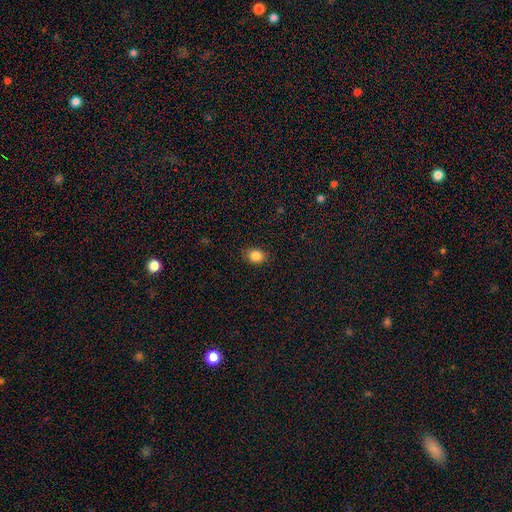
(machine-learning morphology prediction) Overall: smooth (85%). How rounded: round (53%; in between 46%). Merging: none (87%).